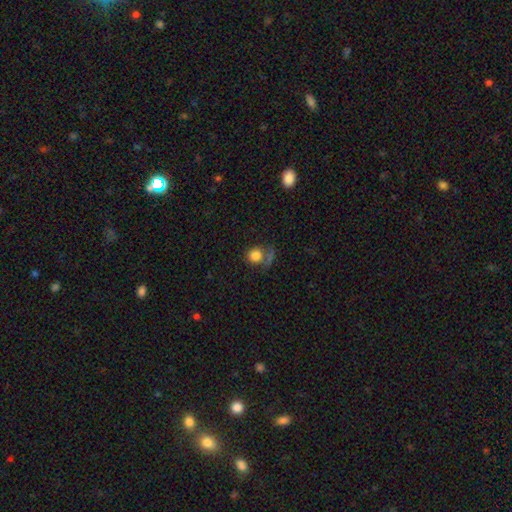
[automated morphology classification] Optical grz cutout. It shows a smooth galaxy with no disk features (80%) that is round (82%). Merging: none (56%).